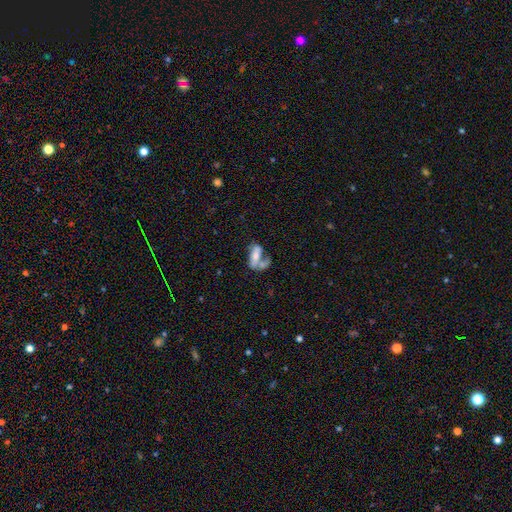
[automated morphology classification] Q: Smooth or featured?
A: smooth (53%); runner-up: featured or disk (37%)
Q: How rounded?
A: in between (70%); runner-up: cigar-shaped (26%)
Q: Merging?
A: merger (46%); runner-up: none (26%)